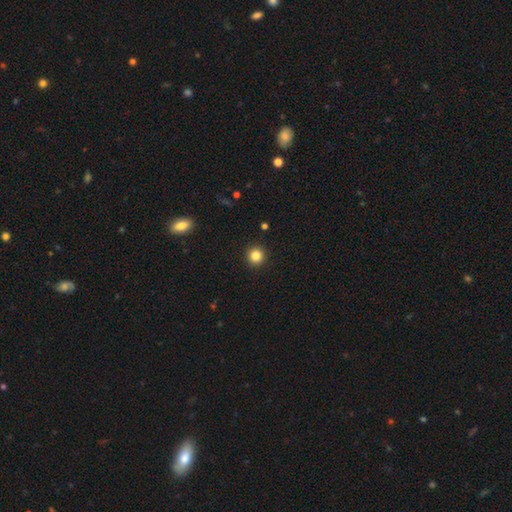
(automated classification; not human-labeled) This appears to be a smooth galaxy with no disk features (84%) that is round (95%). Merging: none (93%).